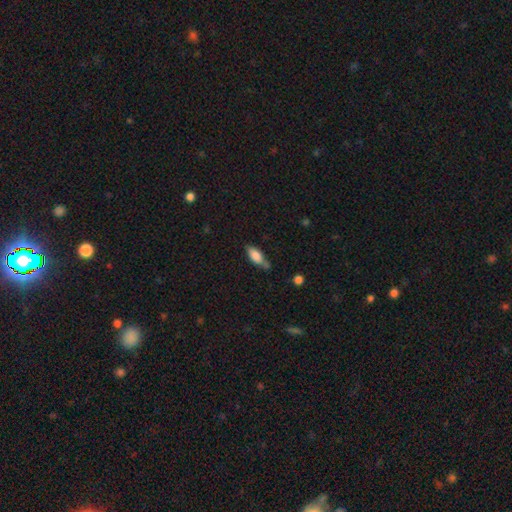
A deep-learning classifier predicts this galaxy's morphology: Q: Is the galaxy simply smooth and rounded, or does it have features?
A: smooth — 80%.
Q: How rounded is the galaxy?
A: in between — 80%.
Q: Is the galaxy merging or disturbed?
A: none — 51%.